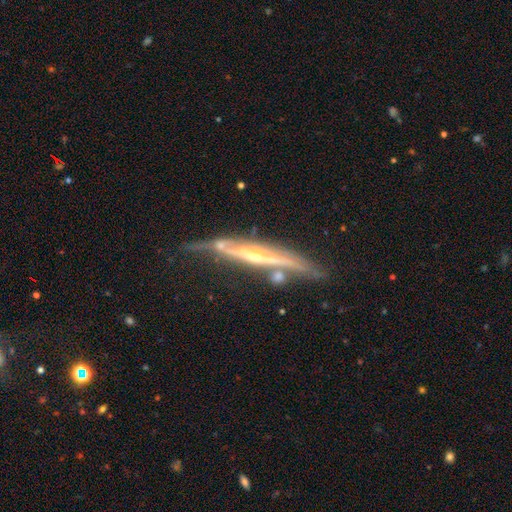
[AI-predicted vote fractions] smooth_or_featured: featured or disk (p=0.83) [alt: smooth p=0.11]
disk_edge_on: yes (p=0.90) [alt: no p=0.10]
edge_on_bulge: rounded (p=0.61) [alt: none p=0.31]
merging: none (p=0.58) [alt: minor disturbance p=0.23]